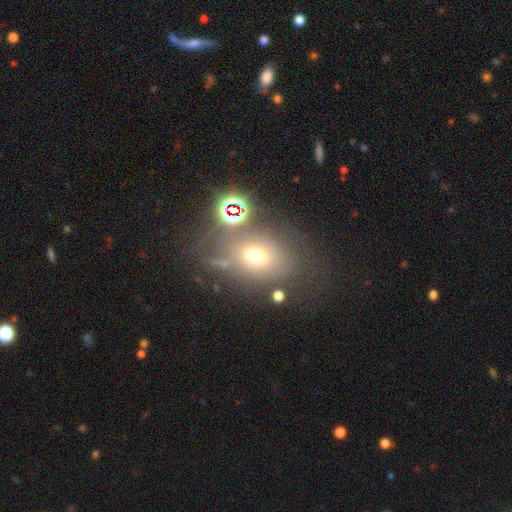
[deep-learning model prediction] Smooth or featured?
  - smooth: 56% *
  - featured or disk: 23%
  - star or artifact: 21%
How rounded?
  - in between: 63% *
  - round: 36%
  - cigar-shaped: 1%
Merging?
  - none: 52% *
  - minor disturbance: 19%
  - major disturbance: 17%
  - merger: 11%